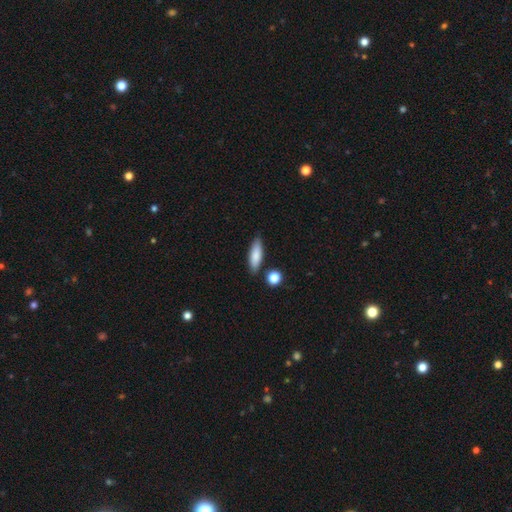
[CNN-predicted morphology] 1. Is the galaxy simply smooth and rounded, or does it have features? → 83% smooth, 10% featured or disk, 6% star or artifact.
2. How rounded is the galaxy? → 50% in between, 47% cigar-shaped, 3% round.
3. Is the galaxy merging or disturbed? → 82% none, 11% minor disturbance, 4% merger, 2% major disturbance.